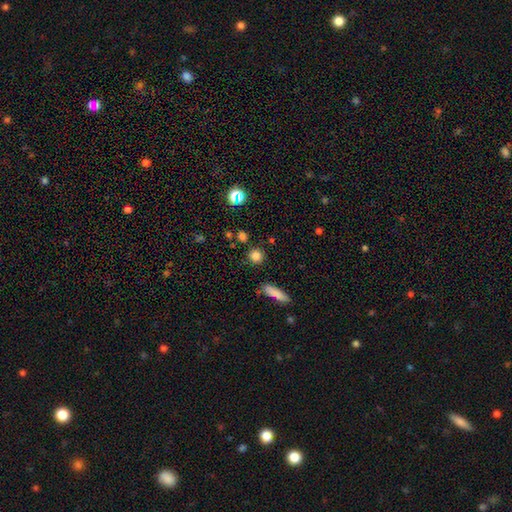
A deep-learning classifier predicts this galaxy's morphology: type=smooth (81%); roundness=round (87%); merging=none (86%).